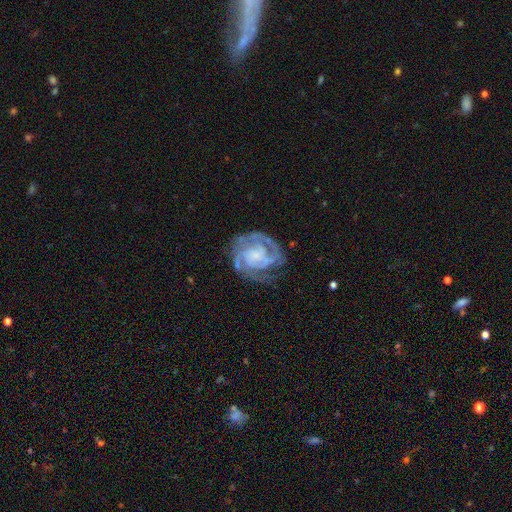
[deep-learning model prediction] smooth-or-featured: featured or disk: 87% | smooth: 8% | star or artifact: 6%
  disk-edge-on: no: 98% | yes: 2%
    bar: no: 66% | weak: 27% | strong: 7%
    has-spiral-arms: yes: 96% | no: 4%
      spiral-winding: tight: 59% | medium: 34% | loose: 7%
      spiral-arm-count: 3: 31% | 2: 26% | can't tell: 22% | 4: 10% | 1: 6% | more than 4: 6%
    bulge-size: small: 50% | none: 22% | moderate: 20% | large: 6% | dominant: 2%
  merging: none: 67% | minor disturbance: 19% | major disturbance: 12% | merger: 2%